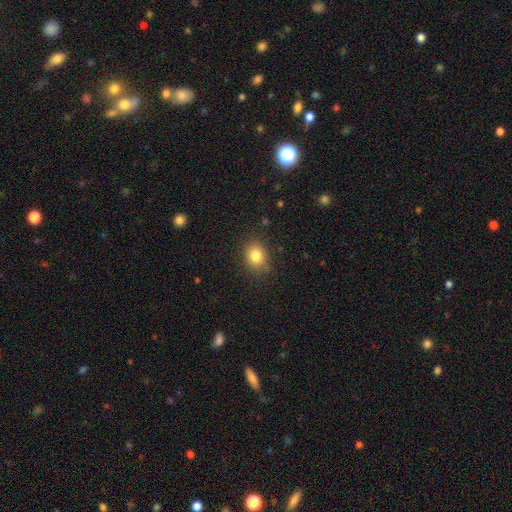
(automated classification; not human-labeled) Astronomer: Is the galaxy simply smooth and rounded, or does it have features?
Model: smooth — 83%.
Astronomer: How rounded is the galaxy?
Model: round — 50% (runner-up: in between, 49%).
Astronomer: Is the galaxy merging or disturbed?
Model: none — 84%.